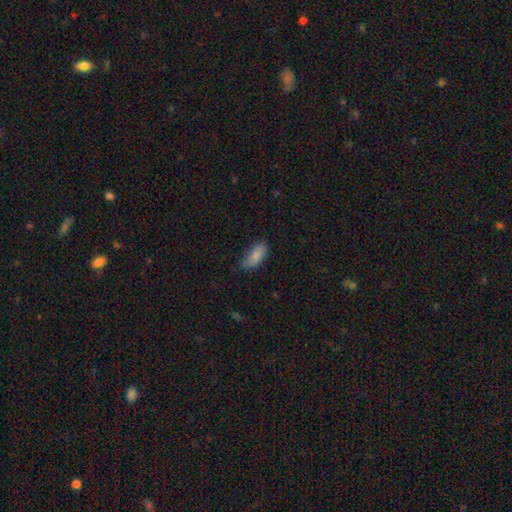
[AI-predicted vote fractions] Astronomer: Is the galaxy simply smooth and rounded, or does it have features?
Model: smooth — 85%.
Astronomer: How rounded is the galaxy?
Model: in between — 79%.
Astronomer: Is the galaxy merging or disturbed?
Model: none — 64%.